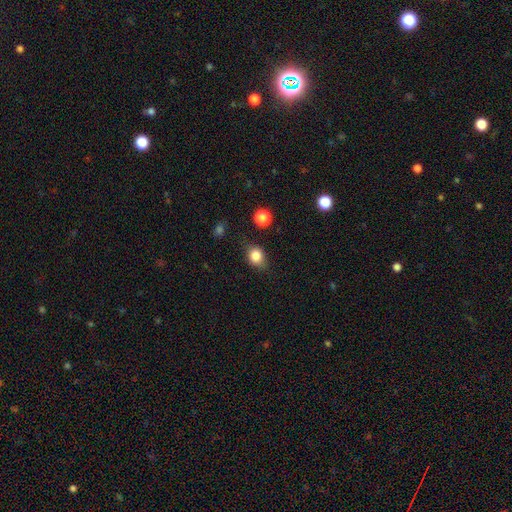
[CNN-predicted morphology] smooth_or_featured: smooth (p=0.82) [alt: star or artifact p=0.11]
how_rounded: round (p=0.54) [alt: in between p=0.44]
merging: none (p=0.72) [alt: minor disturbance p=0.20]